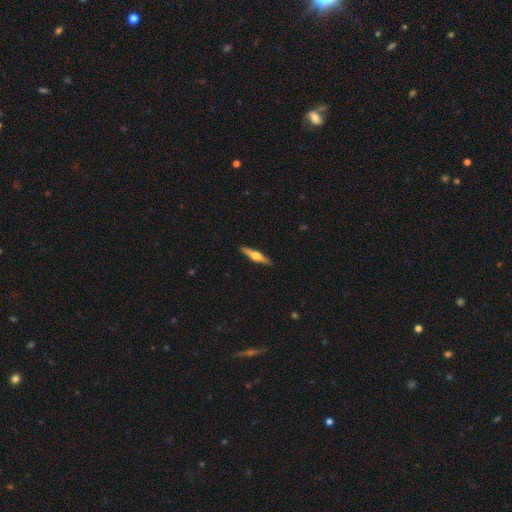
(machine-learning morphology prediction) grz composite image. It shows a featured or disk galaxy (63%) viewed edge-on (97%) with a rounded central bulge (93%). Merging: none (91%).